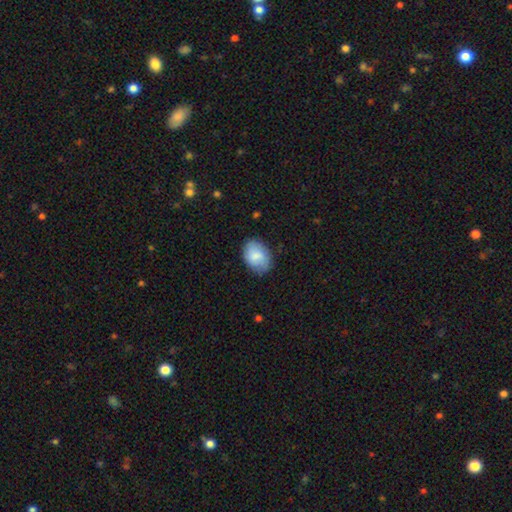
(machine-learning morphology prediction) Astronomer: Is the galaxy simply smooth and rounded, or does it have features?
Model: smooth — 79%.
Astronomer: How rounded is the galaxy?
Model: in between — 80%.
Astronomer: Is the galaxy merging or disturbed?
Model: none — 78%.